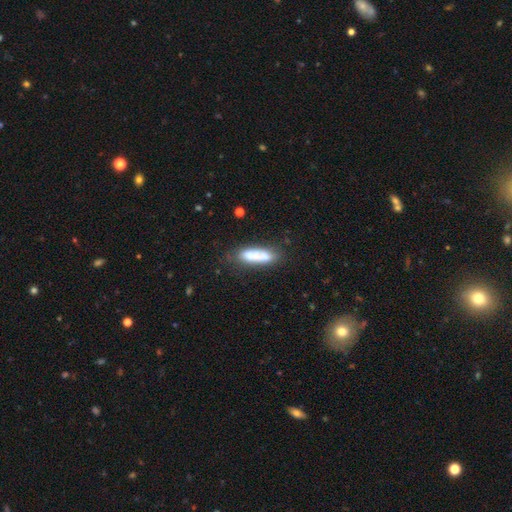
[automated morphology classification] A smooth galaxy with no disk features (66%) that is cigar-shaped (49%). Merging: none (55%).